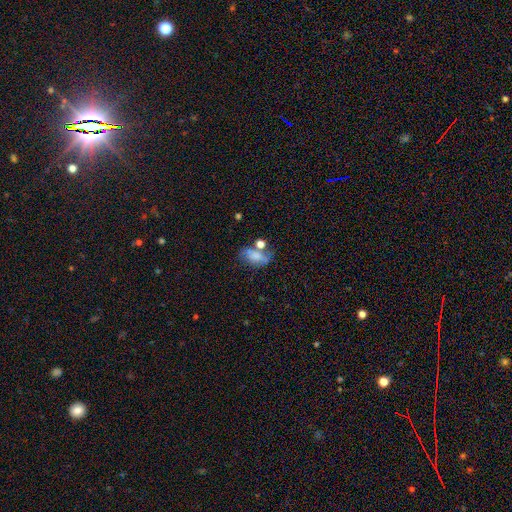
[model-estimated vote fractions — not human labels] This appears to be a smooth galaxy with no disk features (61%) that is in between round and cigar-shaped (84%). Merging: none (38%).